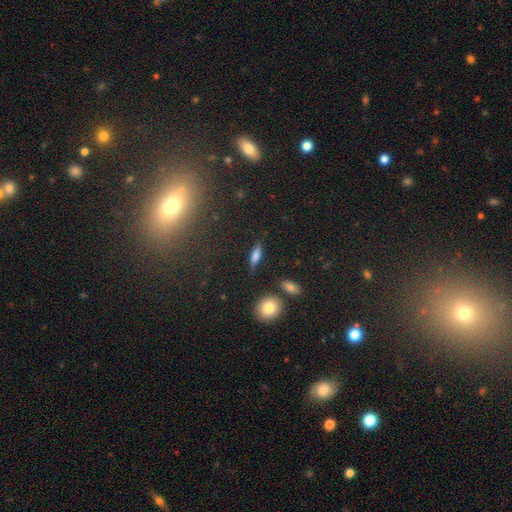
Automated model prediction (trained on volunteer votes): Overall: smooth (69%). How rounded: cigar-shaped (49%; in between 46%). Merging: none (80%).